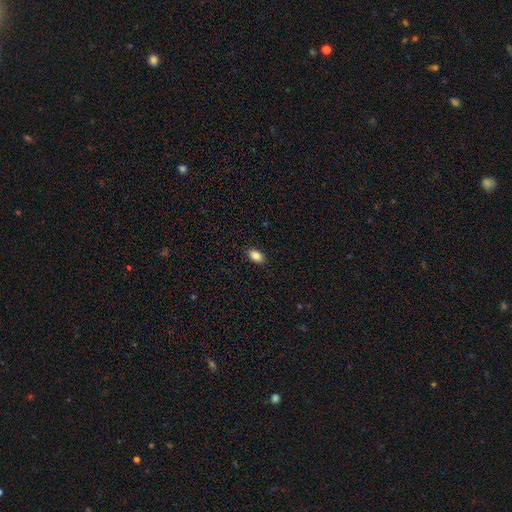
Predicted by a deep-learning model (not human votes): smooth-or-featured: smooth: 87% | star or artifact: 8% | featured or disk: 5%
  how-rounded: in between: 90% | round: 9% | cigar-shaped: 2%
  merging: none: 89% | minor disturbance: 8% | major disturbance: 2% | merger: 1%